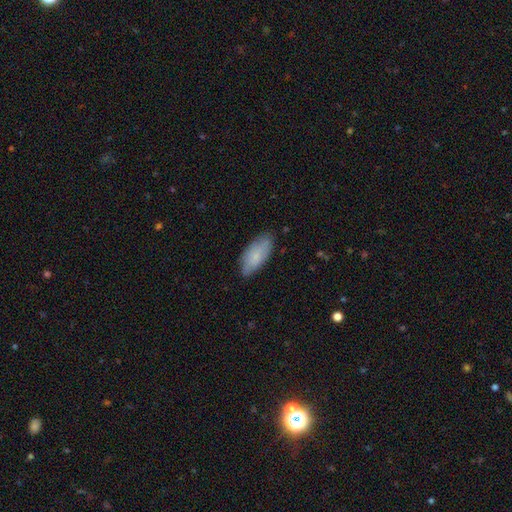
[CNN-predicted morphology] smooth_or_featured: smooth (p=0.76) [alt: featured or disk p=0.18]
how_rounded: in between (p=0.87) [alt: cigar-shaped p=0.11]
merging: none (p=0.76) [alt: minor disturbance p=0.20]